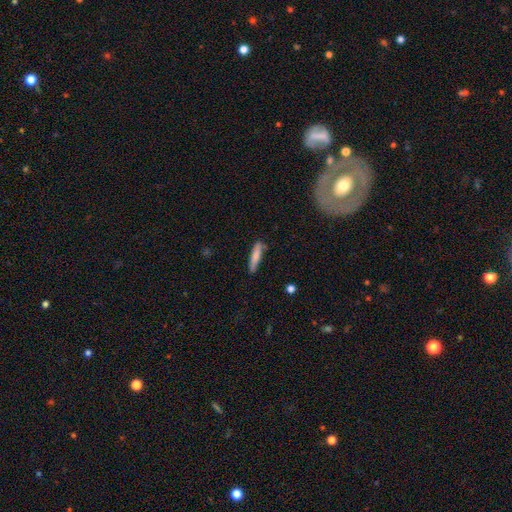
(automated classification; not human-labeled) Smooth or featured? Predicted: smooth (p=0.77). How rounded? Predicted: cigar-shaped (p=0.82). Merging? Predicted: none (p=0.80).